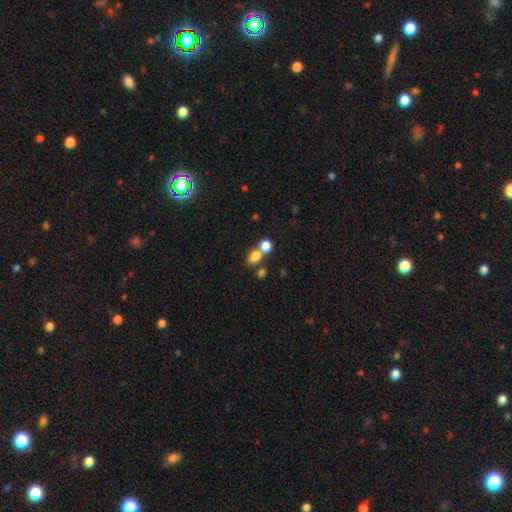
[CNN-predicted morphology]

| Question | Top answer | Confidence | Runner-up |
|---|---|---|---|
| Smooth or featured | smooth | 79% | star or artifact (12%) |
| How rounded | in between | 50% | round (48%) |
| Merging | merger | 46% | none (42%) |